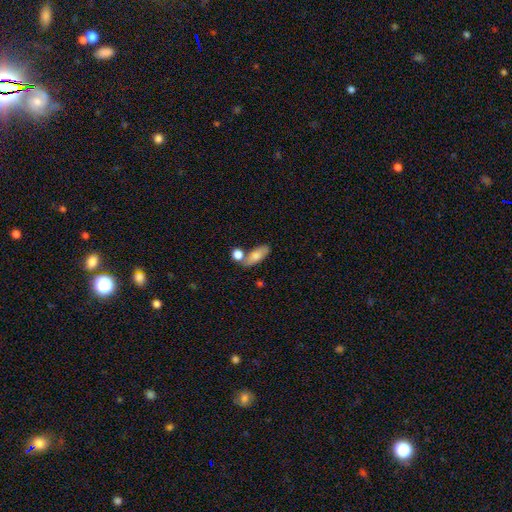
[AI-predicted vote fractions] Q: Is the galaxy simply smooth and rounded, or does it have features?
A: smooth — 74%.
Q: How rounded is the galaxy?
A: in between — 72%.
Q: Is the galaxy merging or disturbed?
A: none — 56%.